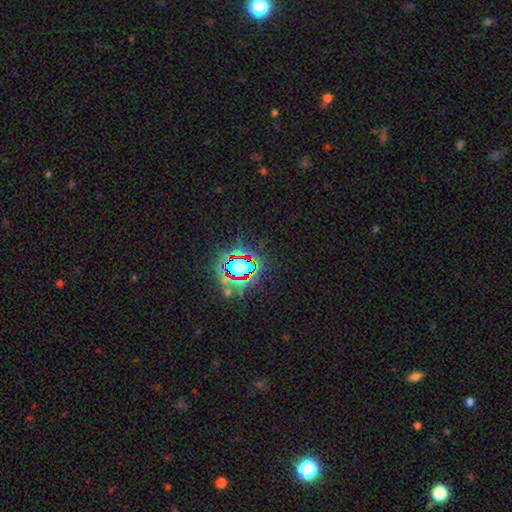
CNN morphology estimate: A star or artifact, not a galaxy (83%).

Vote fractions:
- Smooth or featured? star or artifact: 83% / smooth: 10% / featured or disk: 7%